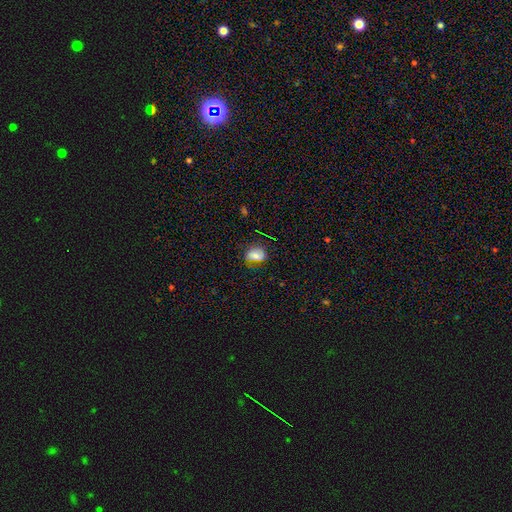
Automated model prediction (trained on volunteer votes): Smooth or featured? Predicted: smooth (p=0.73). How rounded? Predicted: in between (p=0.67). Merging? Predicted: none (p=0.70).